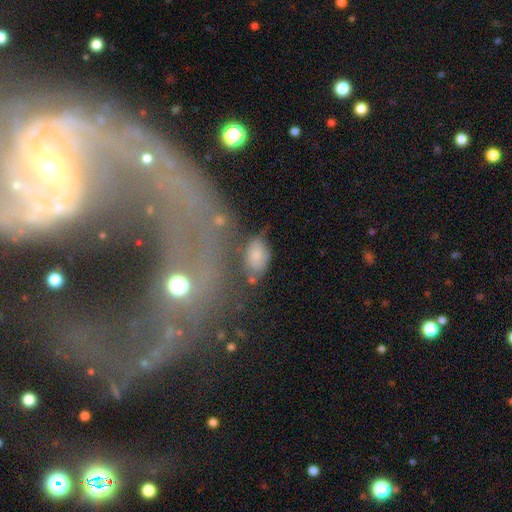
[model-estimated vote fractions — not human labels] smooth_or_featured: smooth (p=0.64) [alt: featured or disk p=0.25]
how_rounded: in between (p=0.91) [alt: round p=0.07]
merging: none (p=0.54) [alt: minor disturbance p=0.25]